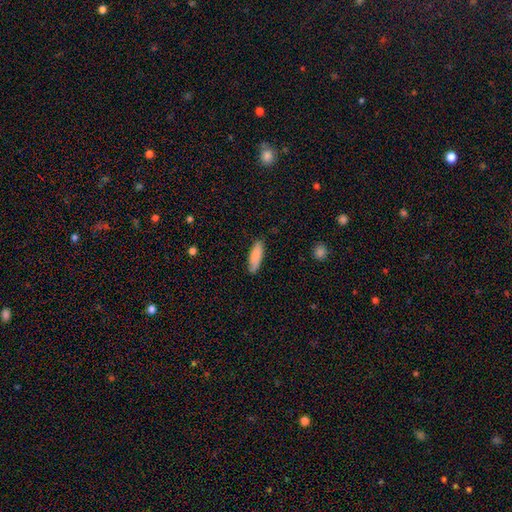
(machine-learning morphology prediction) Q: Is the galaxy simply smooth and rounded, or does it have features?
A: smooth — 85%.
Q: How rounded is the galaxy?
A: in between — 50%.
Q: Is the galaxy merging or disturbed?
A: none — 84%.